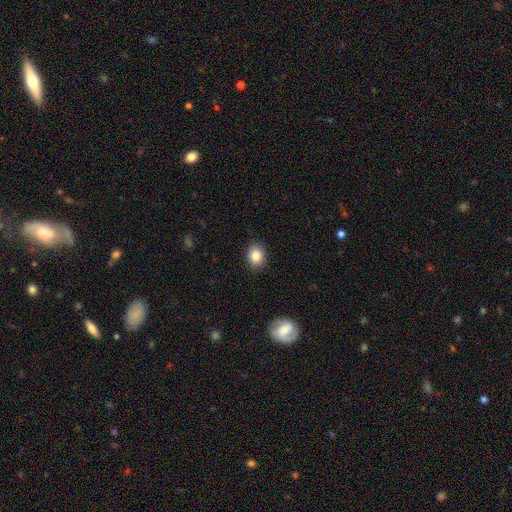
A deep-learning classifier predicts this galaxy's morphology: Q: Smooth or featured?
A: smooth (84%); runner-up: star or artifact (9%)
Q: How rounded?
A: in between (53%); runner-up: round (46%)
Q: Merging?
A: none (88%); runner-up: minor disturbance (9%)